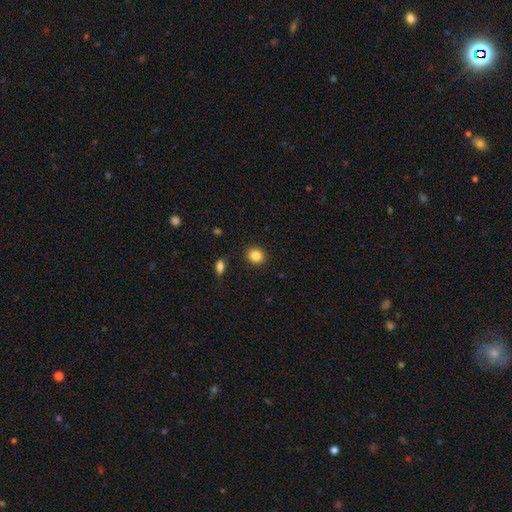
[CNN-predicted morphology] A smooth galaxy with no disk features (85%) that is round (79%). Merging: none (90%).